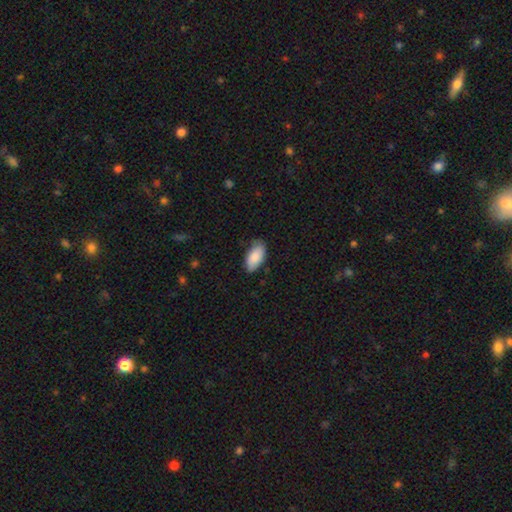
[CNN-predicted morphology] Smooth or featured? smooth (87%)
How rounded? in between (94%)
Merging? none (78%)